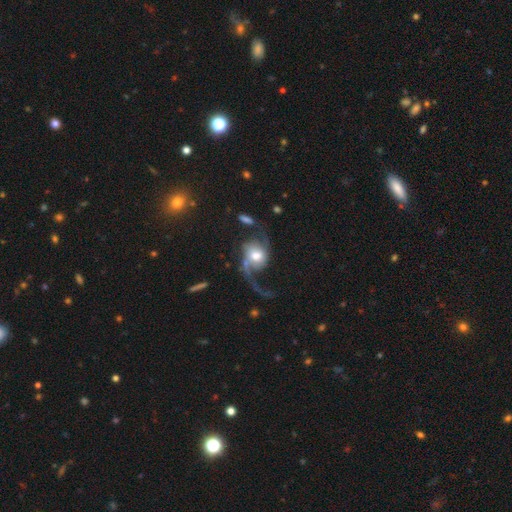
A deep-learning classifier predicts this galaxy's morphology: The model was most divided on "merging": none: 39%, major disturbance: 36%, minor disturbance: 16%, merger: 9%. Remaining: edge-on disk — no (97%); spiral arms — yes (92%); spiral winding — loose (78%); smooth or featured — featured or disk (73%); spiral arm count — 2 (71%); bar — no (62%); bulge size — moderate (50%).